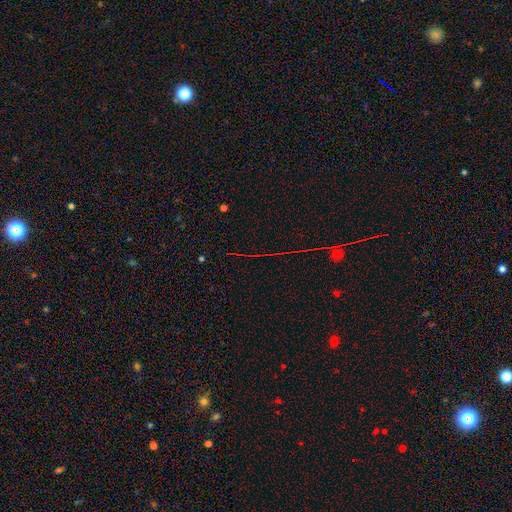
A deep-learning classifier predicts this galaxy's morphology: Smooth or featured?
  - star or artifact: 78% *
  - featured or disk: 12%
  - smooth: 11%